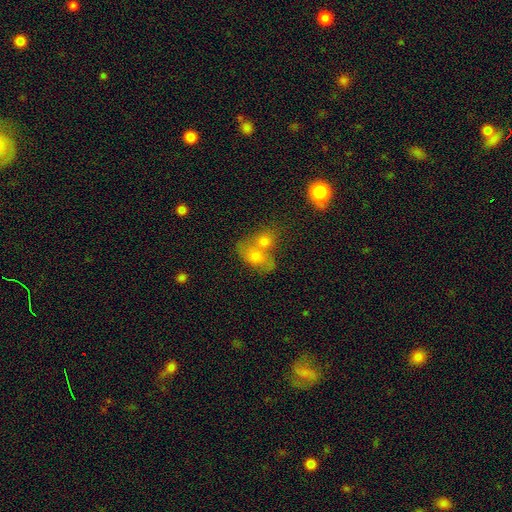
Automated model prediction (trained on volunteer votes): smooth 62%, featured or disk 24%, star or artifact 14%. Down the decision tree: how rounded — in between (65%); merging — merger (58%).